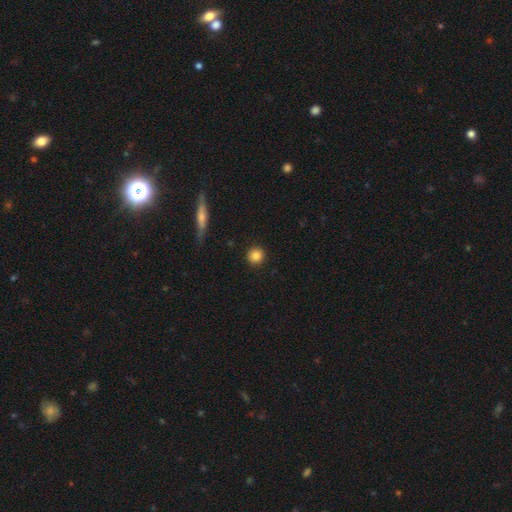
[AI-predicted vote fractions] The model was most divided on "smooth or featured": smooth: 85%, star or artifact: 10%, featured or disk: 5%. More confident: how rounded — round (94%); merging — none (92%).